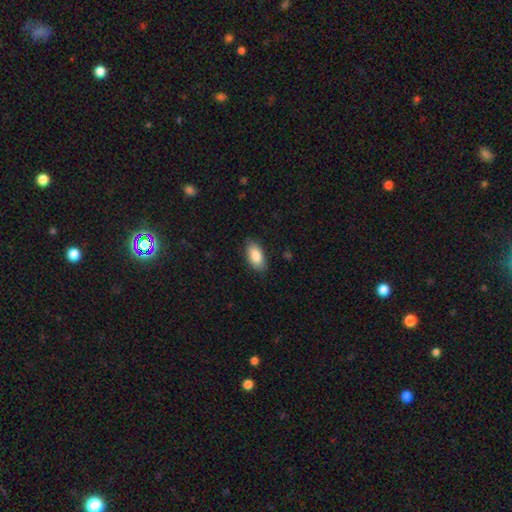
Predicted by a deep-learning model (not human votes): A smooth galaxy with no disk features (85%) that is in between round and cigar-shaped (92%). Merging: none (85%).